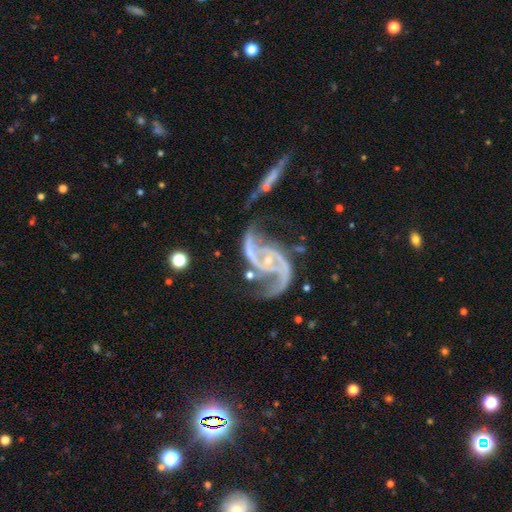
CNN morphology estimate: featured or disk 93%, star or artifact 5%, smooth 3%. Down the decision tree: edge-on disk — no (98%); bar — no (48%); spiral arms — yes (98%); spiral arm count — 2 (90%); spiral winding — medium (44%); bulge size — small (76%); merging — none (38%).